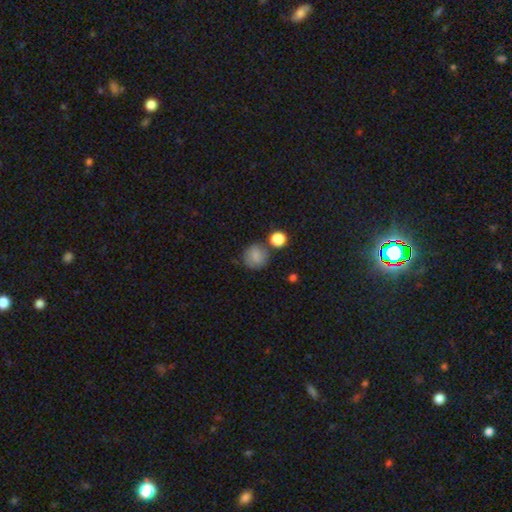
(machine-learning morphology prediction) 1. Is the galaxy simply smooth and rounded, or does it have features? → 81% smooth, 9% star or artifact, 9% featured or disk.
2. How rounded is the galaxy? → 88% round, 11% in between, 1% cigar-shaped.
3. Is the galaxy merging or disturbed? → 71% none, 14% minor disturbance, 10% merger, 4% major disturbance.